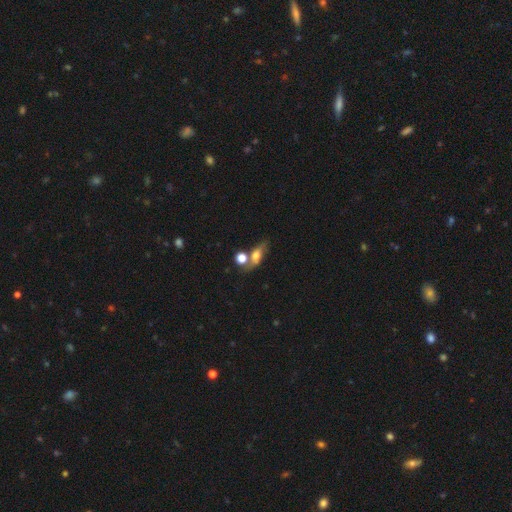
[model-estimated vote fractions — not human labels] smooth 59%, featured or disk 28%, star or artifact 13%. Down the decision tree: how rounded — in between (62%); merging — none (43%).